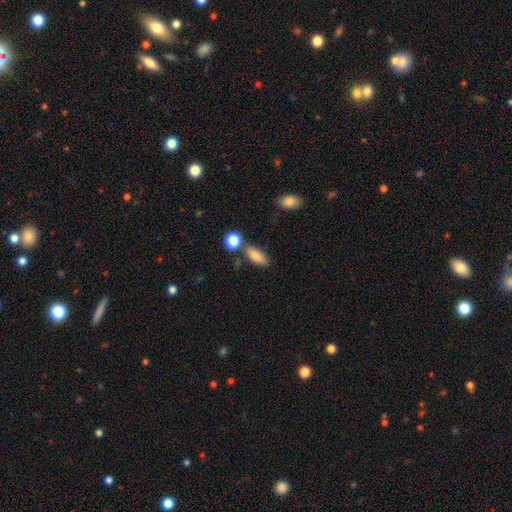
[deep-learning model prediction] Smooth or featured? smooth (85%)
How rounded? in between (78%)
Merging? none (69%)